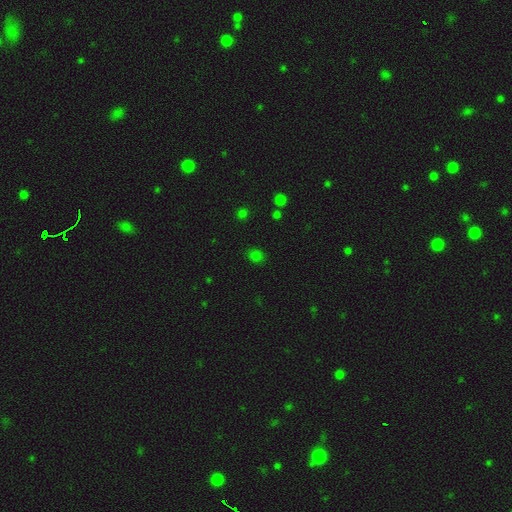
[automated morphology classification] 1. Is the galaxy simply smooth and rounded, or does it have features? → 74% smooth, 21% star or artifact, 4% featured or disk.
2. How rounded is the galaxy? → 63% round, 36% in between, 1% cigar-shaped.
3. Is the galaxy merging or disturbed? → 85% none, 10% minor disturbance, 3% major disturbance, 2% merger.